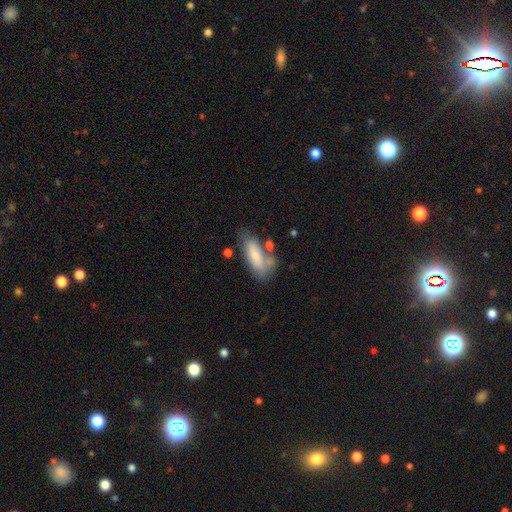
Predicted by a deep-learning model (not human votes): Q: Smooth or featured?
A: smooth (73%); runner-up: featured or disk (21%)
Q: How rounded?
A: in between (70%); runner-up: cigar-shaped (27%)
Q: Merging?
A: none (48%); runner-up: minor disturbance (24%)